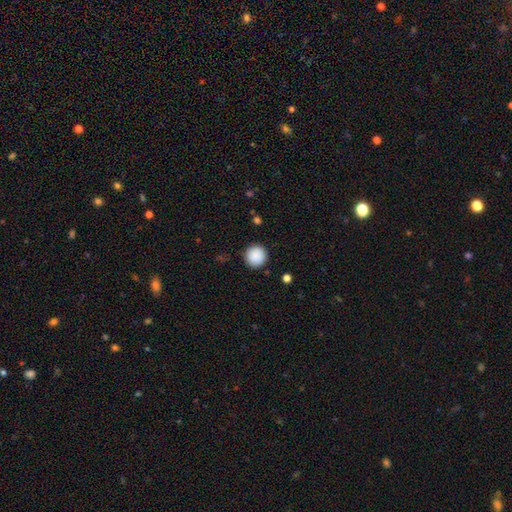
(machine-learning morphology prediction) smooth 89%, star or artifact 8%, featured or disk 3%. Down the decision tree: how rounded — round (95%); merging — none (90%).